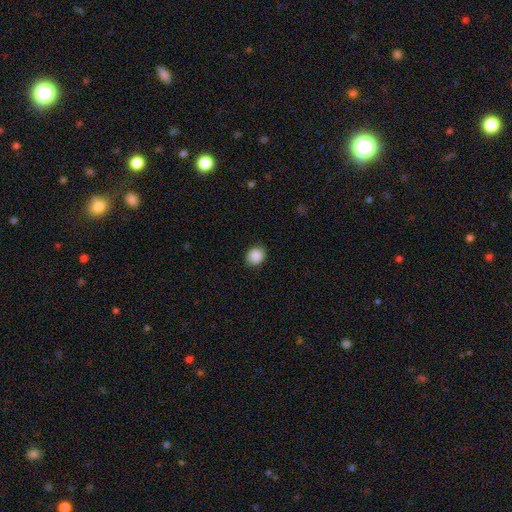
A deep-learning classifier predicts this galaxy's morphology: Q: Smooth or featured?
A: smooth (87%); runner-up: star or artifact (8%)
Q: How rounded?
A: round (64%); runner-up: in between (35%)
Q: Merging?
A: none (84%); runner-up: minor disturbance (13%)